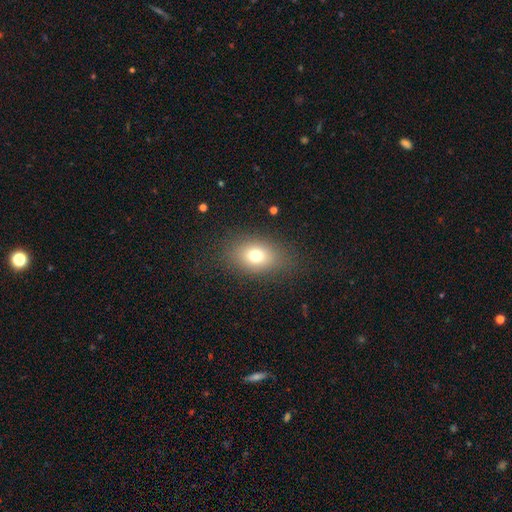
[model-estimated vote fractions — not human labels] This appears to be a smooth galaxy with no disk features (73%) that is in between round and cigar-shaped (72%). Merging: none (82%).